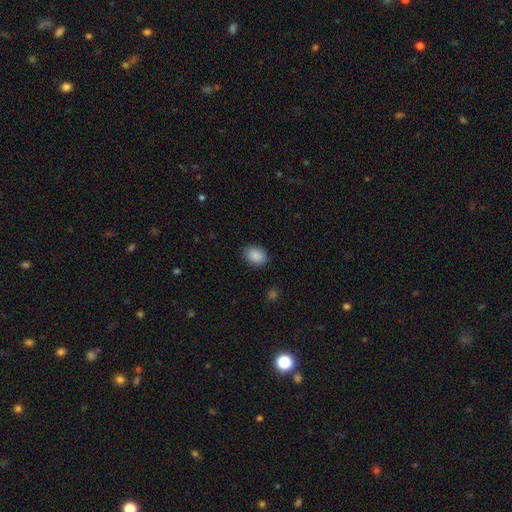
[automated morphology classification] Q: Smooth or featured?
A: smooth (89%); runner-up: star or artifact (8%)
Q: How rounded?
A: in between (68%); runner-up: round (32%)
Q: Merging?
A: none (86%); runner-up: minor disturbance (10%)